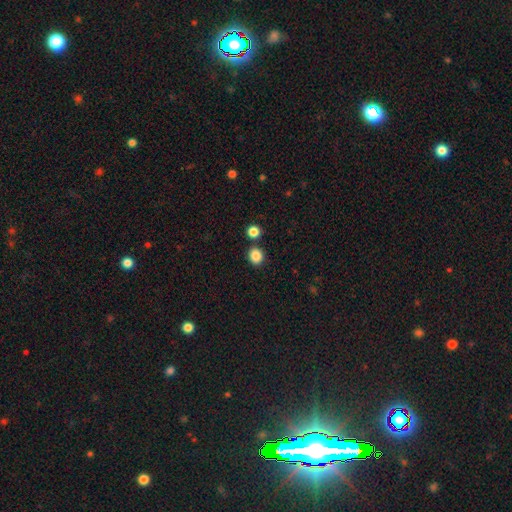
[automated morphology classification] Smooth or featured? smooth (86%)
How rounded? round (75%)
Merging? none (80%)